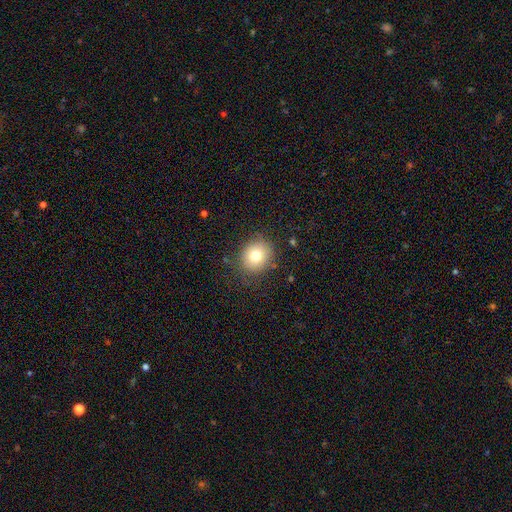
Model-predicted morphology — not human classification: A smooth galaxy with no disk features (76%) that is round (76%).

Vote fractions:
- Smooth or featured? smooth: 76% / featured or disk: 12% / star or artifact: 11%
- How rounded? round: 76% / in between: 23% / cigar-shaped: 1%
- Merging? none: 84% / minor disturbance: 11% / major disturbance: 4% / merger: 1%